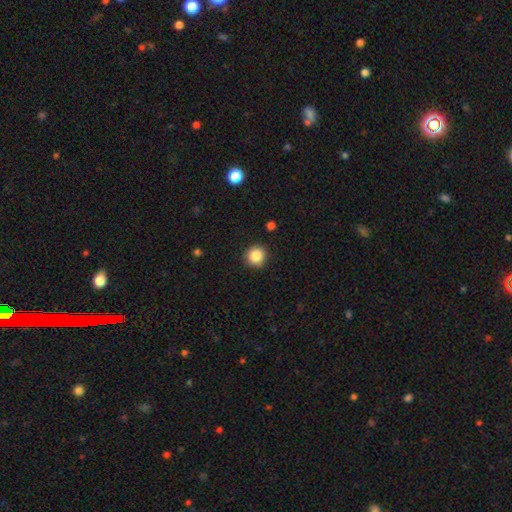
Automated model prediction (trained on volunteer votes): smooth 86%, star or artifact 10%, featured or disk 4%. Down the decision tree: how rounded — round (94%); merging — none (89%).